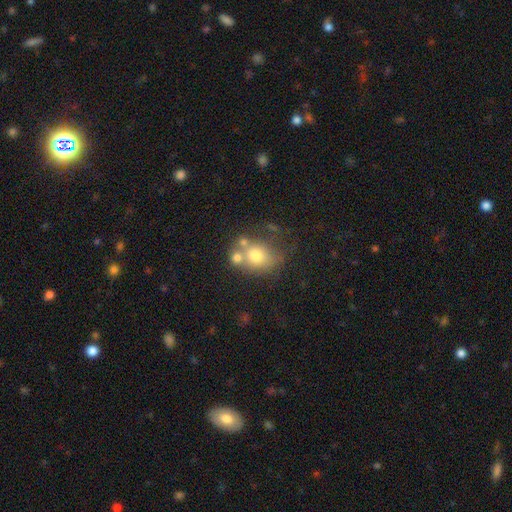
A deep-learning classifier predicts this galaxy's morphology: Smooth or featured? Predicted: smooth (p=0.66). How rounded? Predicted: round (p=0.61). Merging? Predicted: none (p=0.40).